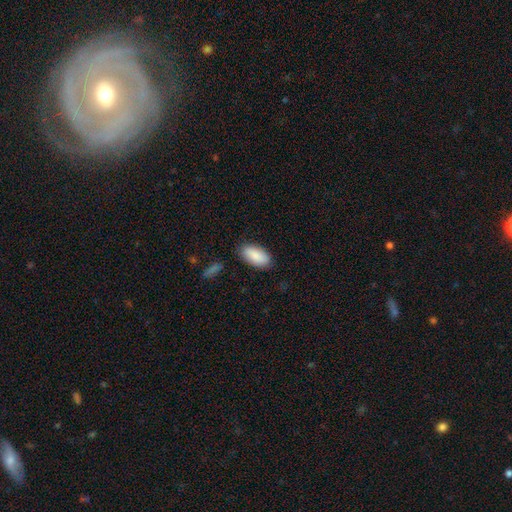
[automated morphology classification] smooth-or-featured: smooth: 89% | star or artifact: 6% | featured or disk: 5%
  how-rounded: in between: 92% | cigar-shaped: 6% | round: 2%
  merging: none: 84% | minor disturbance: 11% | major disturbance: 3% | merger: 2%